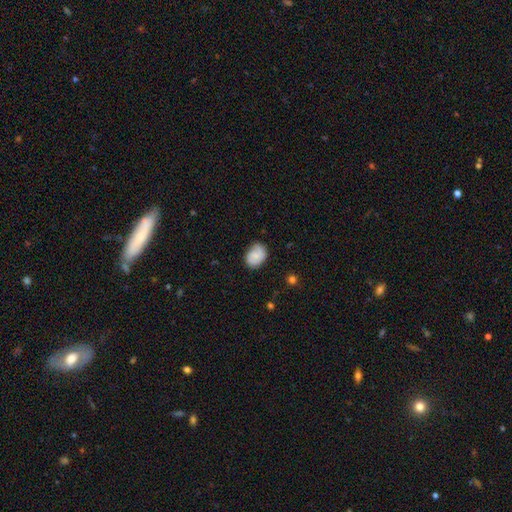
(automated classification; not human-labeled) This is likely a smooth galaxy (67%). How rounded: likely in between (71%). Merging: likely none (70%).